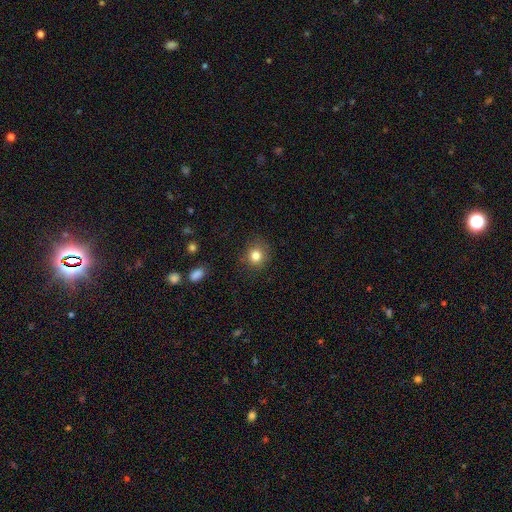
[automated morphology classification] Smooth or featured? Predicted: smooth (p=0.82). How rounded? Predicted: round (p=0.85). Merging? Predicted: none (p=0.84).